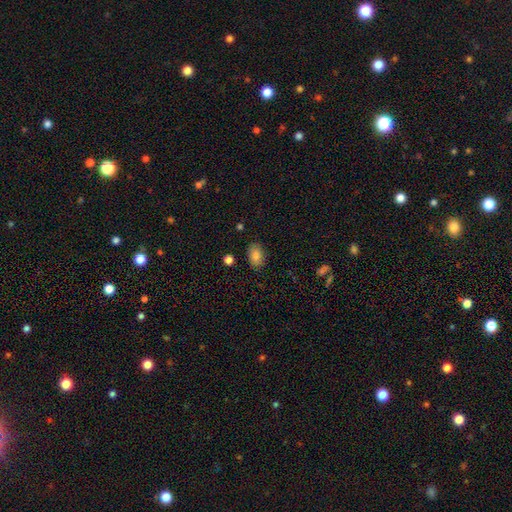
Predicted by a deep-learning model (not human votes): Overall: smooth (85%). How rounded: in between (87%). Merging: none (84%).